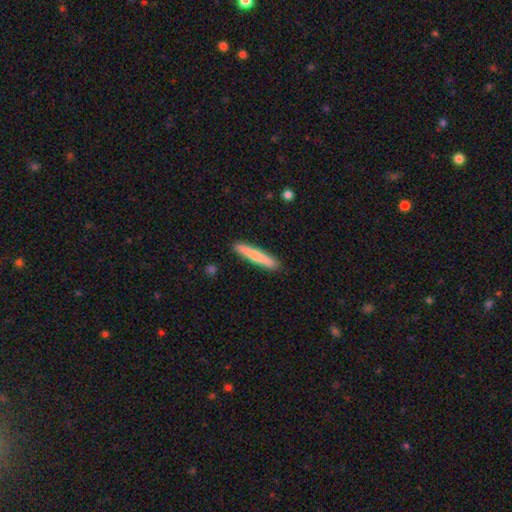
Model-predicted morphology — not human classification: smooth 76%, featured or disk 19%, star or artifact 5%. Down the decision tree: how rounded — cigar-shaped (93%); merging — none (90%).